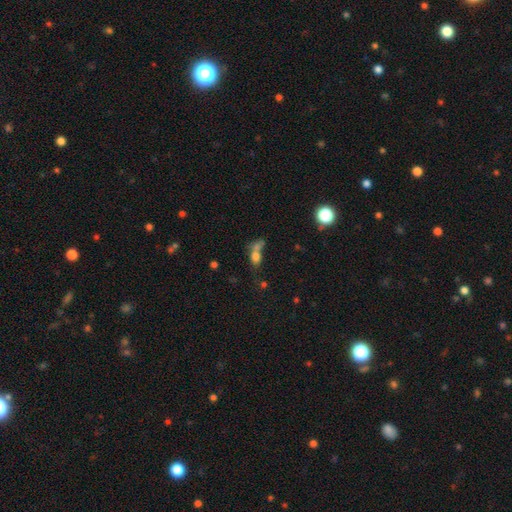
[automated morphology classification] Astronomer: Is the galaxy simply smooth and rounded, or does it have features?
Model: smooth — 70%.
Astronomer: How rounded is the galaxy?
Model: in between — 64%.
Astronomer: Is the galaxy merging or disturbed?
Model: merger — 51% (runner-up: none, 29%).